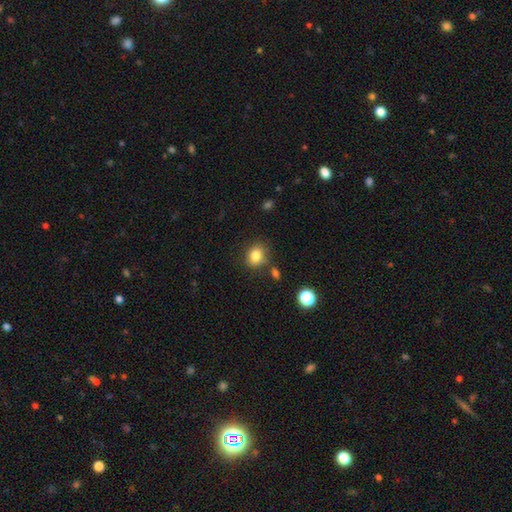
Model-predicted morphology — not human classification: smooth-or-featured: smooth: 82% | star or artifact: 11% | featured or disk: 7%
  how-rounded: round: 62% | in between: 37% | cigar-shaped: 1%
  merging: none: 76% | minor disturbance: 14% | merger: 6% | major disturbance: 4%